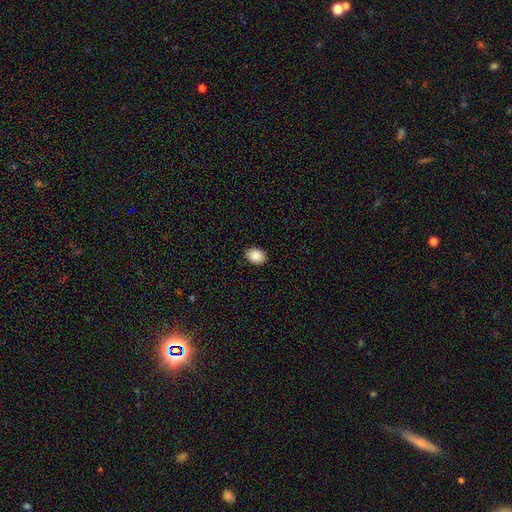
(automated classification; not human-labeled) Morphology: type=smooth (88%); roundness=in between (64%); merging=none (89%).